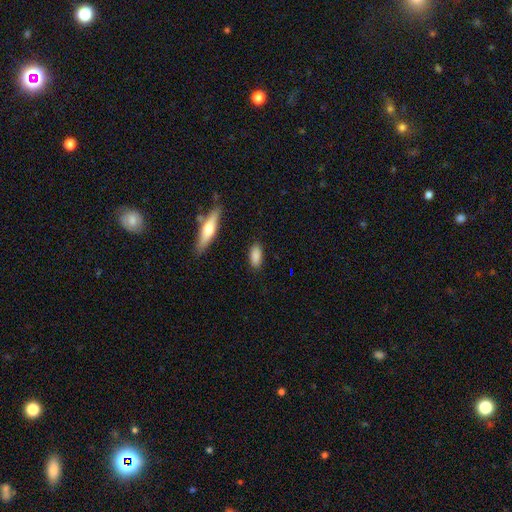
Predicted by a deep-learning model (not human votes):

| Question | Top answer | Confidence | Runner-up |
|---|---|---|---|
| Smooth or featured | smooth | 86% | featured or disk (8%) |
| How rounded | in between | 82% | cigar-shaped (15%) |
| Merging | none | 85% | minor disturbance (10%) |